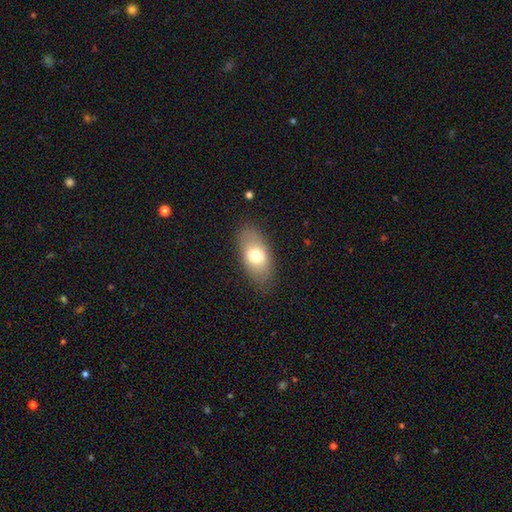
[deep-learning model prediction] Smooth or featured: smooth — 71% (featured or disk — 22%)
How rounded: in between — 90% (round — 6%)
Merging: none — 83% (minor disturbance — 12%)